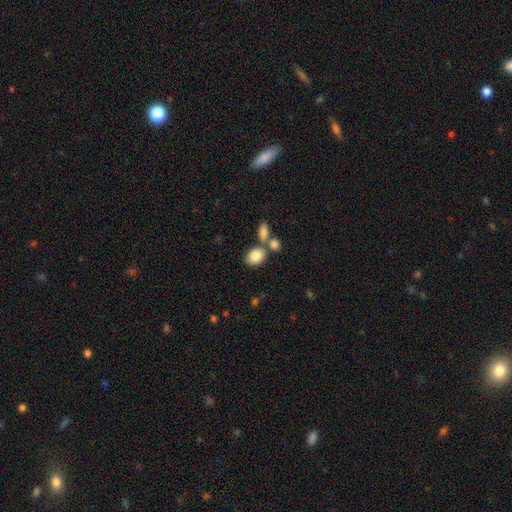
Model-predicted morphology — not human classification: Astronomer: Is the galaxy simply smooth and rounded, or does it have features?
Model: smooth — 84%.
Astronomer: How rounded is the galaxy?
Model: in between — 68%.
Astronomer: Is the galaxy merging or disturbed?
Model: none — 51% (runner-up: merger, 34%).